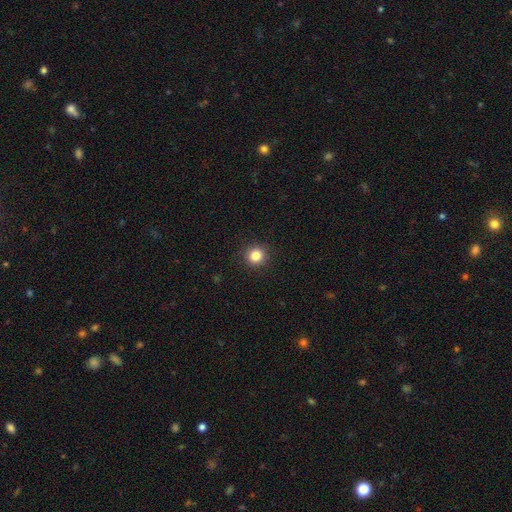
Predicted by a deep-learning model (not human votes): A smooth galaxy with no disk features (84%) that is round (93%). Merging: none (93%).